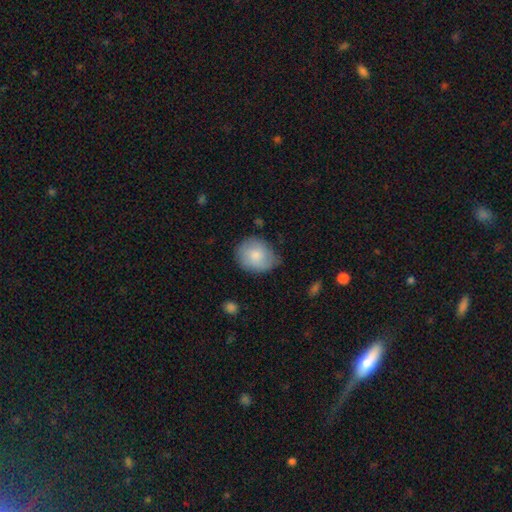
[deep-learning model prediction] smooth-or-featured: smooth: 79% | featured or disk: 15% | star or artifact: 6%
  how-rounded: round: 64% | in between: 35% | cigar-shaped: 1%
  merging: none: 63% | minor disturbance: 29% | major disturbance: 6% | merger: 2%